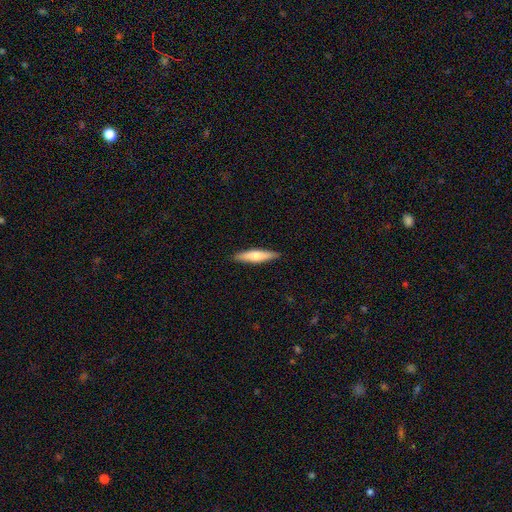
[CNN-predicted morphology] smooth-or-featured: smooth: 58% | featured or disk: 36% | star or artifact: 5%
  how-rounded: cigar-shaped: 79% | in between: 19% | round: 2%
  merging: none: 90% | minor disturbance: 8% | major disturbance: 2% | merger: 1%